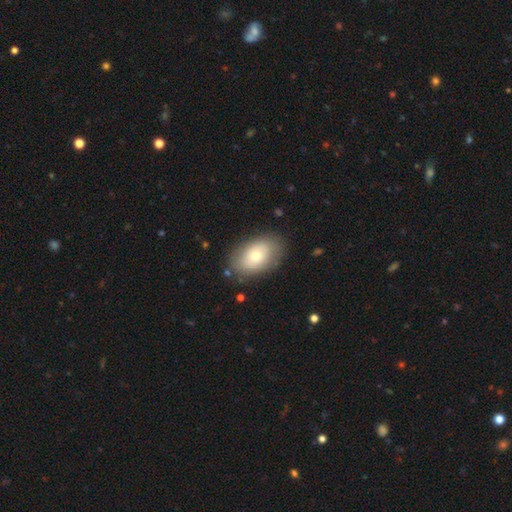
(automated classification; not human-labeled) Smooth or featured? Predicted: smooth (p=0.69). How rounded? Predicted: in between (p=0.88). Merging? Predicted: none (p=0.81).